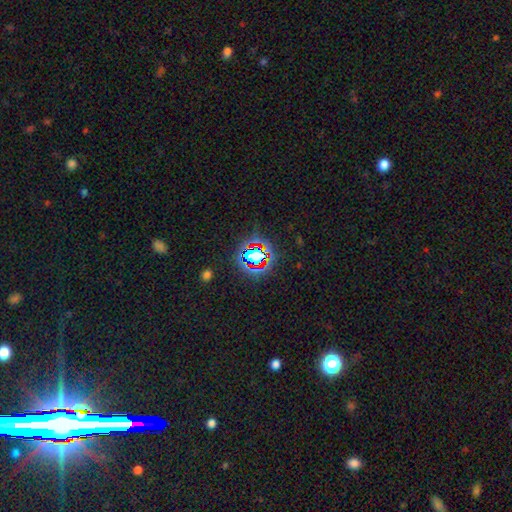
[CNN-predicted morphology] type=star or artifact (68%).